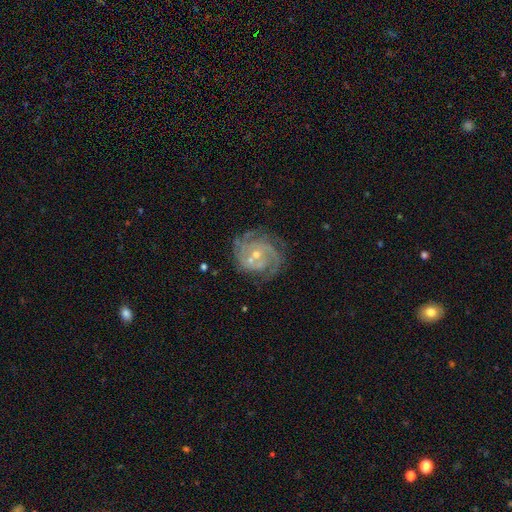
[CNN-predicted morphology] The model was most divided on "spiral arm count": 2: 30%, 3: 28%, can't tell: 22%, 4: 8%, 1: 6%, more than 4: 5%. More confident: edge-on disk — no (98%); spiral arms — yes (95%); smooth or featured — featured or disk (87%); bar — no (66%); merging — none (61%); spiral winding — tight (60%); bulge size — small (51%).